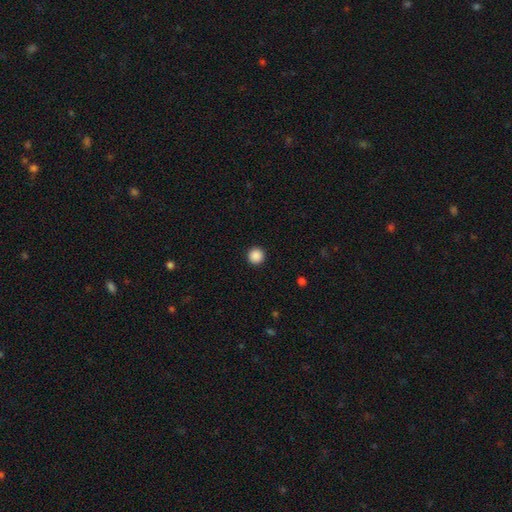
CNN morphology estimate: A smooth galaxy with no disk features (89%) that is round (96%). Merging: none (94%).